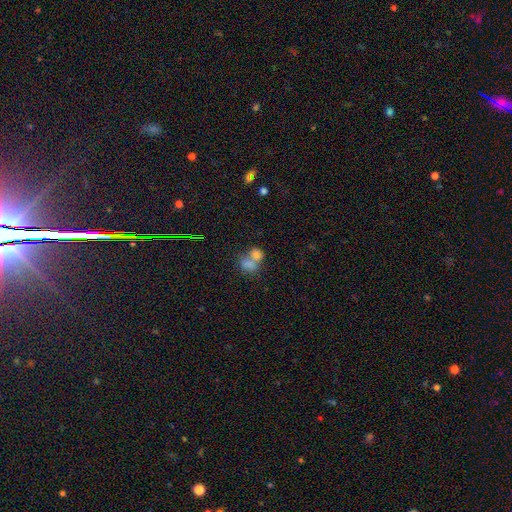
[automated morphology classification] A smooth galaxy with no disk features (77%) that is in between round and cigar-shaped (52%).

Vote fractions:
- Smooth or featured? smooth: 77% / star or artifact: 12% / featured or disk: 12%
- How rounded? in between: 52% / round: 46% / cigar-shaped: 2%
- Merging? merger: 66% / none: 24% / minor disturbance: 6% / major disturbance: 4%